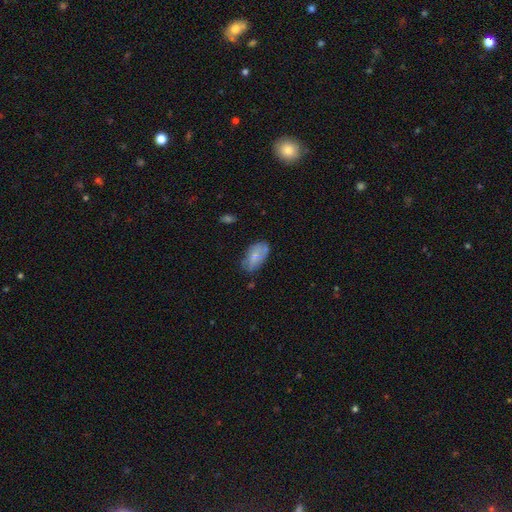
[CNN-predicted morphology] type=smooth (65%); roundness=in between (92%); merging=none (62%).